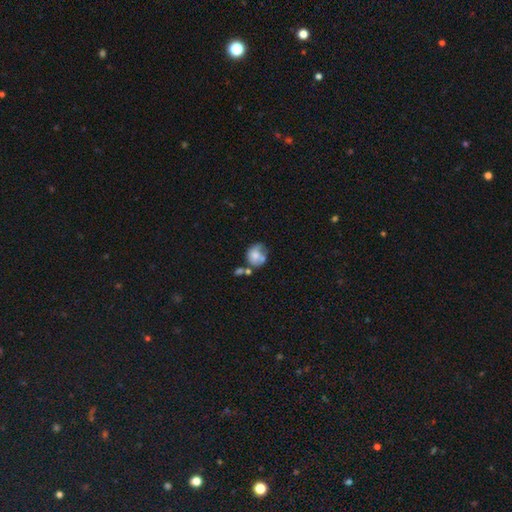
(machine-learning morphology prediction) Overall: smooth (66%). How rounded: round (60%; in between 39%). Merging: none (33%; merger 29%).